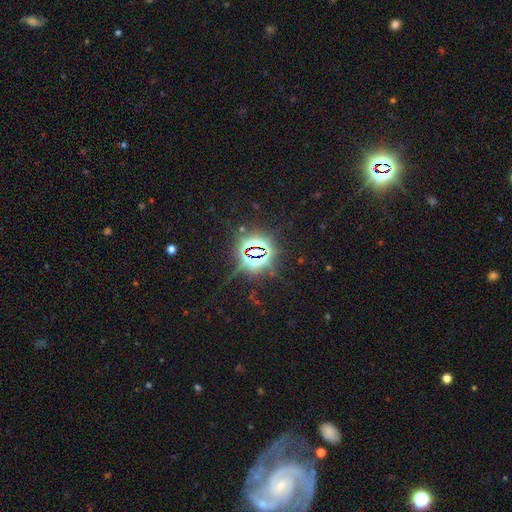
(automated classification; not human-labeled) star or artifact 79%, smooth 11%, featured or disk 10%.